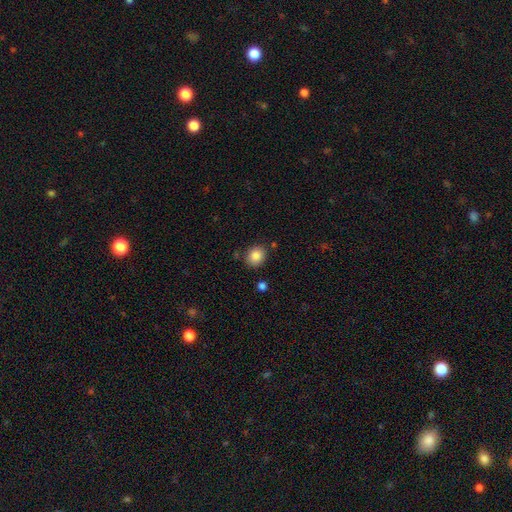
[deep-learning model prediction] smooth 86%, star or artifact 9%, featured or disk 5%. Down the decision tree: how rounded — round (63%); merging — none (82%).